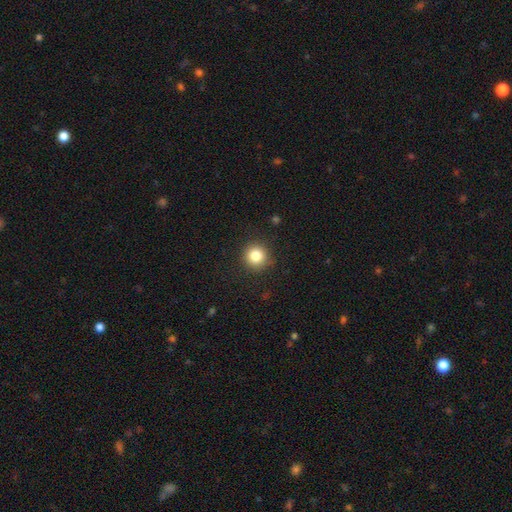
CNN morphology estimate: Smooth or featured?
  - smooth: 83% *
  - star or artifact: 11%
  - featured or disk: 6%
How rounded?
  - round: 94% *
  - in between: 5%
  - cigar-shaped: 1%
Merging?
  - none: 90% *
  - minor disturbance: 6%
  - major disturbance: 2%
  - merger: 1%